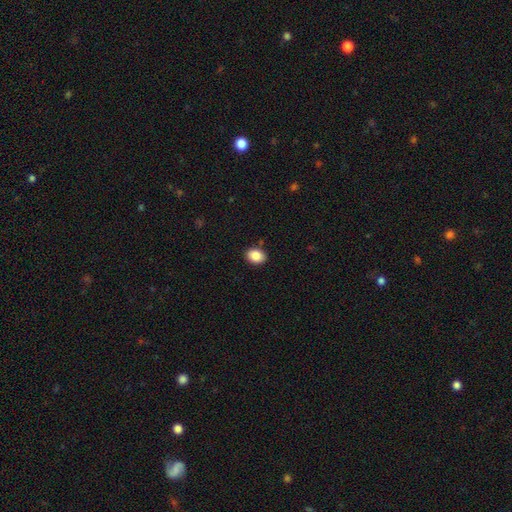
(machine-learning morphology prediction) Smooth or featured? smooth (87%)
How rounded? in between (67%)
Merging? none (88%)